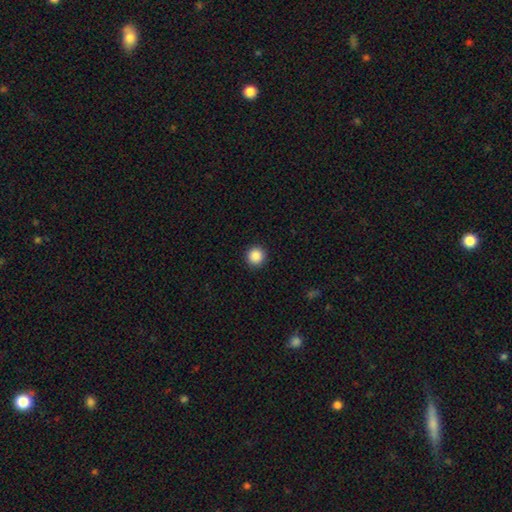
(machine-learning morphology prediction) A smooth galaxy with no disk features (88%) that is round (95%). Merging: none (93%).